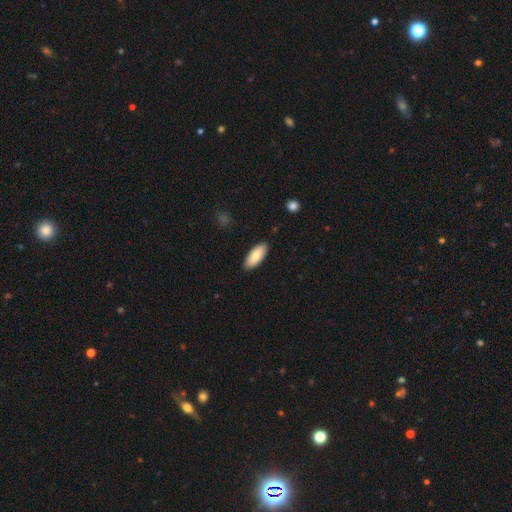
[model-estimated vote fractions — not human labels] Smooth or featured? smooth (79%)
How rounded? in between (85%)
Merging? none (89%)